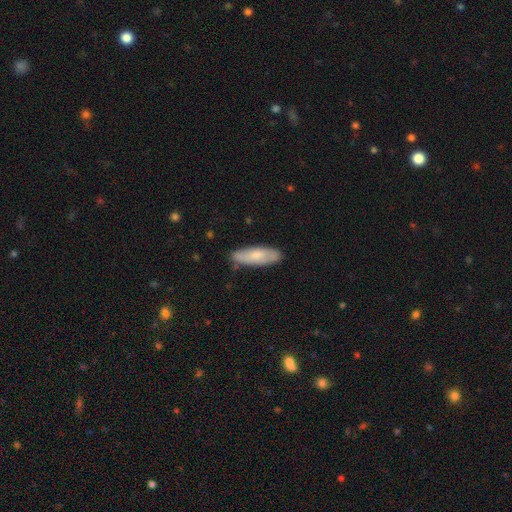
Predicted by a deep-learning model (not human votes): smooth 68%, featured or disk 26%, star or artifact 6%. Down the decision tree: how rounded — in between (54%); merging — none (79%).